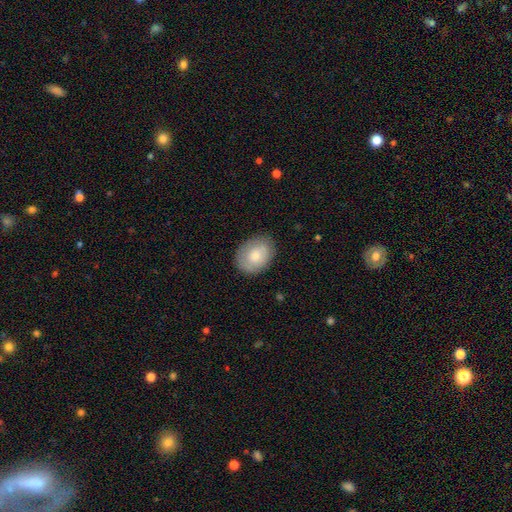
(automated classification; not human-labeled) Q: Smooth or featured?
A: smooth (75%); runner-up: featured or disk (19%)
Q: How rounded?
A: in between (67%); runner-up: round (32%)
Q: Merging?
A: none (80%); runner-up: minor disturbance (15%)